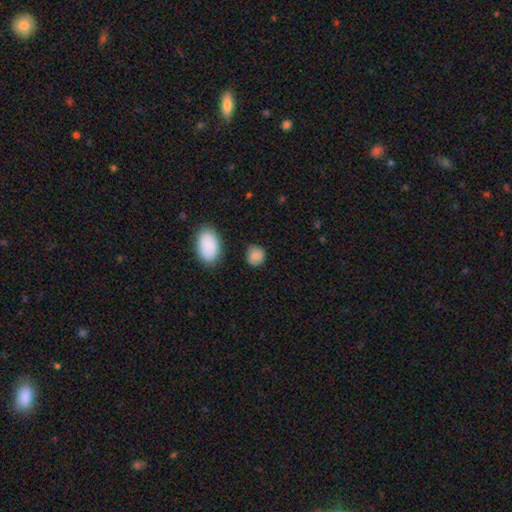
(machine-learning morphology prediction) type=smooth (86%); roundness=round (72%); merging=none (78%).